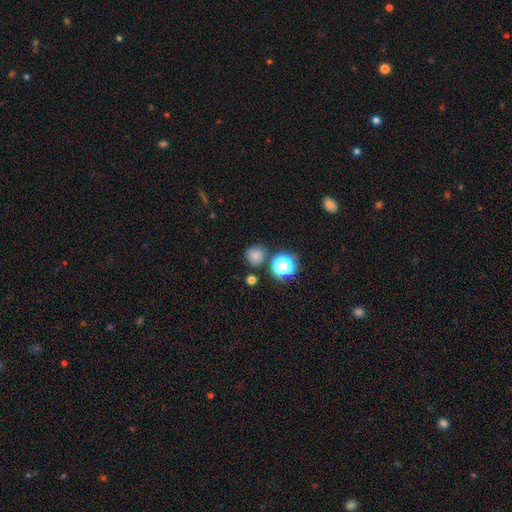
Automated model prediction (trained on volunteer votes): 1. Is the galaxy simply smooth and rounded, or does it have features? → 75% smooth, 19% star or artifact, 6% featured or disk.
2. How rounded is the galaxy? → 90% round, 9% in between, 1% cigar-shaped.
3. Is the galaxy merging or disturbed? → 78% none, 11% minor disturbance, 8% merger, 3% major disturbance.